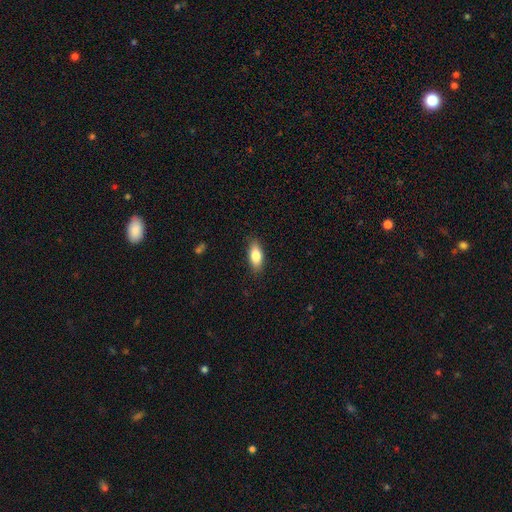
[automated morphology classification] Q: Smooth or featured?
A: smooth (80%); runner-up: featured or disk (13%)
Q: How rounded?
A: in between (82%); runner-up: cigar-shaped (15%)
Q: Merging?
A: none (86%); runner-up: minor disturbance (10%)